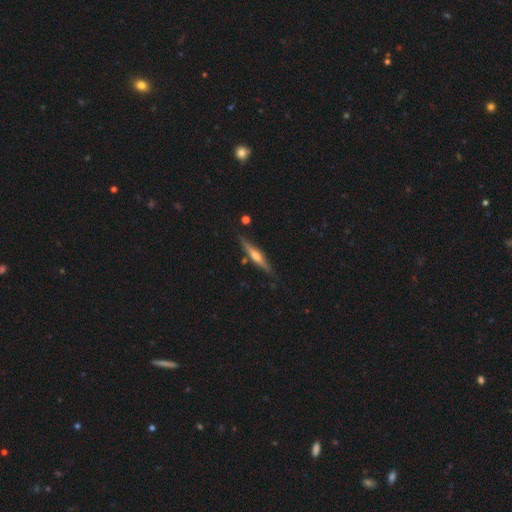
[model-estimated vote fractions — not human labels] Smooth or featured?
  - featured or disk: 67% *
  - smooth: 27%
  - star or artifact: 6%
Edge-on disk?
  - yes: 97% *
  - no: 3%
Edge-on bulge?
  - rounded: 84% *
  - none: 9%
  - boxy: 7%
Merging?
  - none: 84% *
  - minor disturbance: 11%
  - merger: 3%
  - major disturbance: 2%